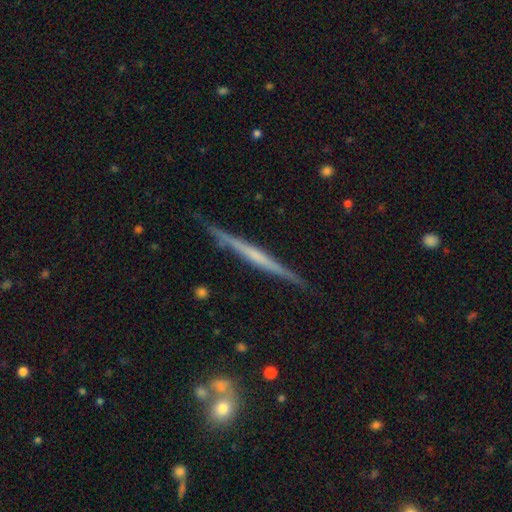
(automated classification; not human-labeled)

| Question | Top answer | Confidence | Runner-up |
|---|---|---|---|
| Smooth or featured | featured or disk | 69% | smooth (26%) |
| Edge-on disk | yes | 98% | no (2%) |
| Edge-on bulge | none | 69% | rounded (20%) |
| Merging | none | 88% | minor disturbance (9%) |